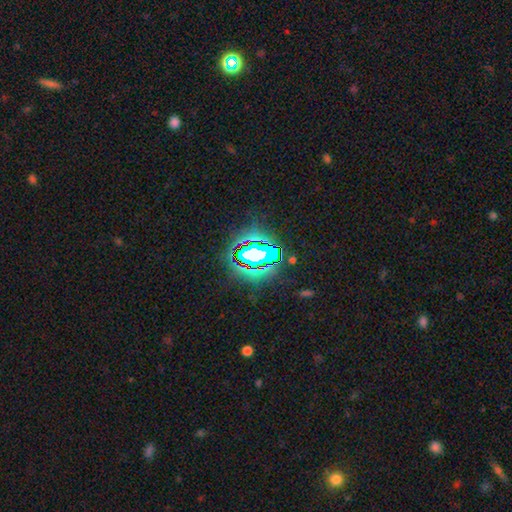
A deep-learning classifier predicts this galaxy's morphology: A star or artifact, not a galaxy (66%).